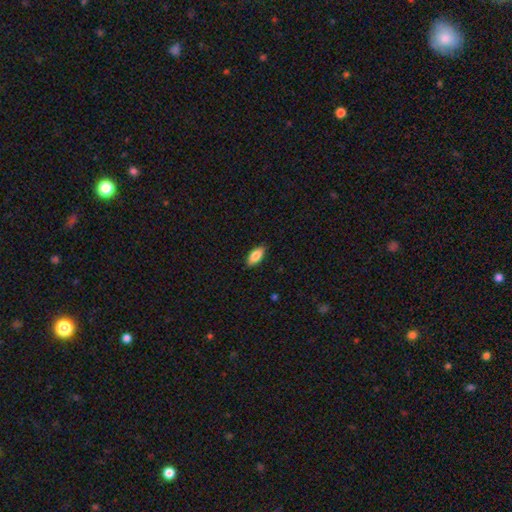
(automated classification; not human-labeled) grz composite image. It shows a smooth galaxy with no disk features (84%) that is in between round and cigar-shaped (90%). Merging: none (87%).